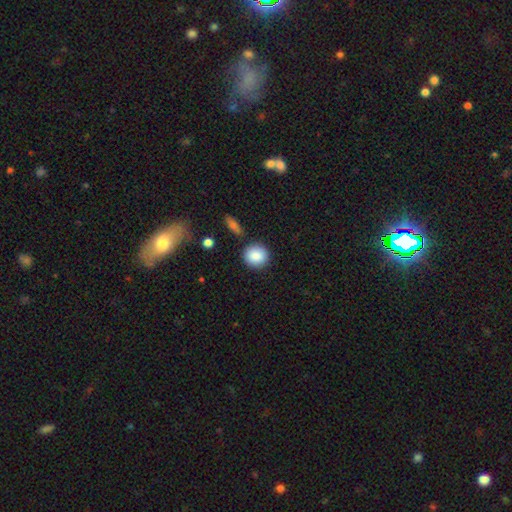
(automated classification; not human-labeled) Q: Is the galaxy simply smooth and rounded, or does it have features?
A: smooth — 88%.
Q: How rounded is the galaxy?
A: round — 88%.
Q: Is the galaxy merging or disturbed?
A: none — 85%.